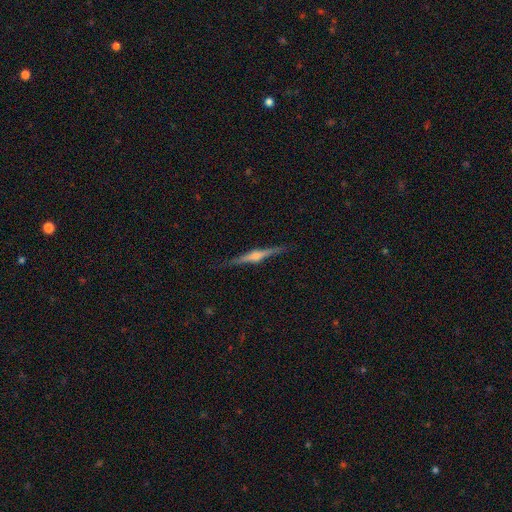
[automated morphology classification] type=featured or disk (82%); edge-on=yes (98%); edge-on bulge=rounded (85%); merging=none (89%).